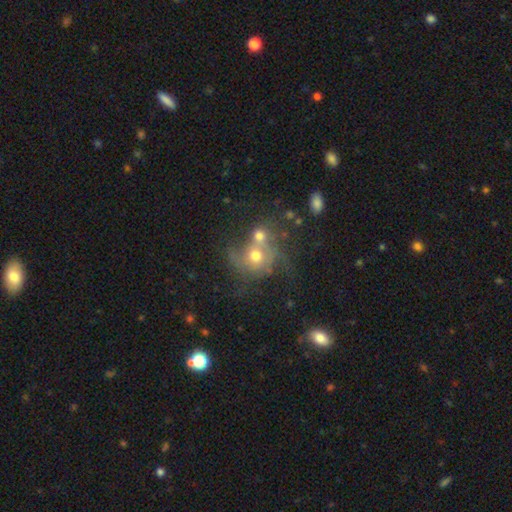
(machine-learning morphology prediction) type=smooth (48%); merging=merger (60%).